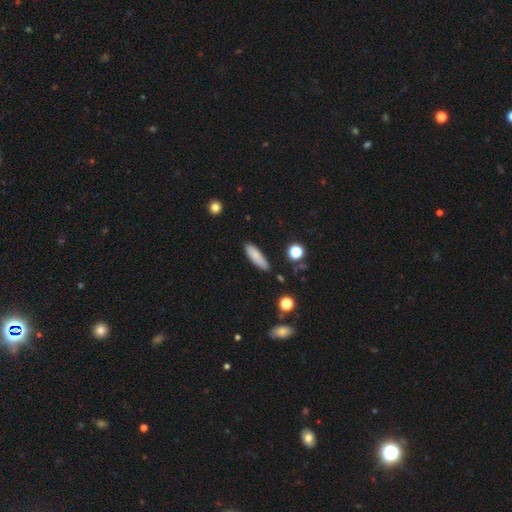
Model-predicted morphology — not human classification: smooth_or_featured: smooth (p=0.82) [alt: featured or disk p=0.10]
how_rounded: cigar-shaped (p=0.52) [alt: in between p=0.46]
merging: none (p=0.81) [alt: minor disturbance p=0.14]